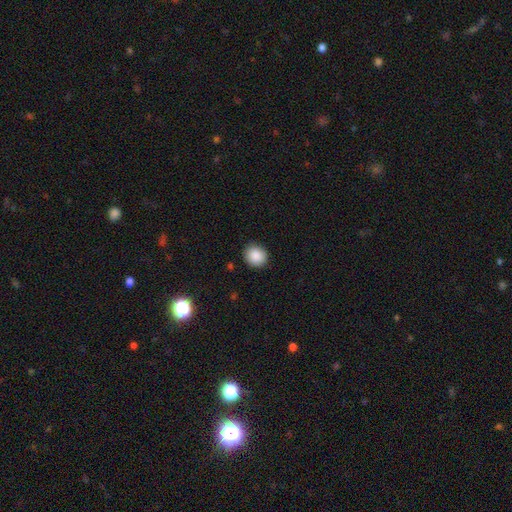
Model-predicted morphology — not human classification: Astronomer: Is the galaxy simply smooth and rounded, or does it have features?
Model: smooth — 88%.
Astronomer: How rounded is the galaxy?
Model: round — 84%.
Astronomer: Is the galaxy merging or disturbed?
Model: none — 89%.